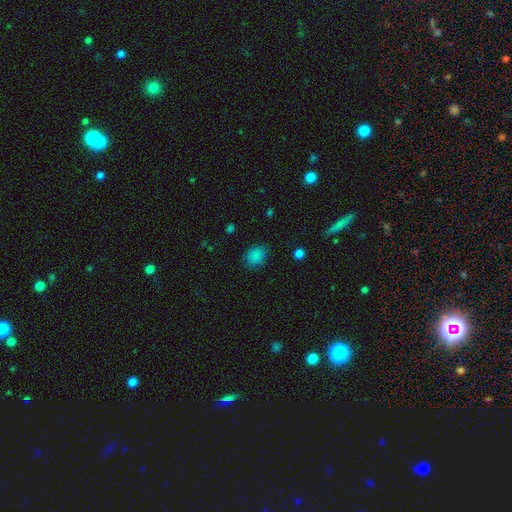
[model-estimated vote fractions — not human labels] smooth 84%, star or artifact 12%, featured or disk 4%. Down the decision tree: how rounded — in between (51%); merging — none (82%).